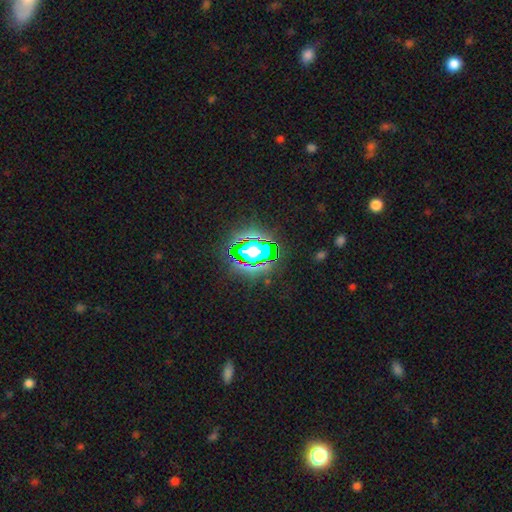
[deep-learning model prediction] This is likely a star or artifact rather than a galaxy (62%).